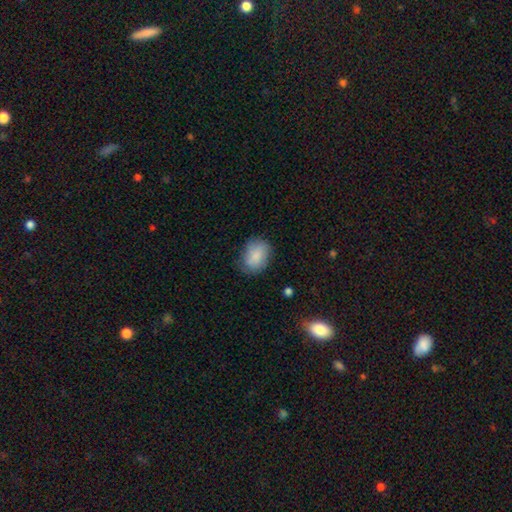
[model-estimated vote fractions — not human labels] Q: Smooth or featured?
A: smooth (85%); runner-up: featured or disk (9%)
Q: How rounded?
A: in between (70%); runner-up: round (29%)
Q: Merging?
A: none (72%); runner-up: minor disturbance (21%)